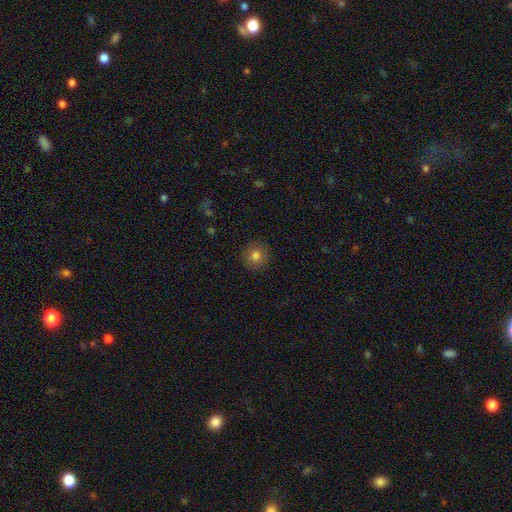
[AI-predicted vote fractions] Q: Smooth or featured?
A: smooth (81%); runner-up: star or artifact (11%)
Q: How rounded?
A: round (90%); runner-up: in between (9%)
Q: Merging?
A: none (89%); runner-up: minor disturbance (7%)